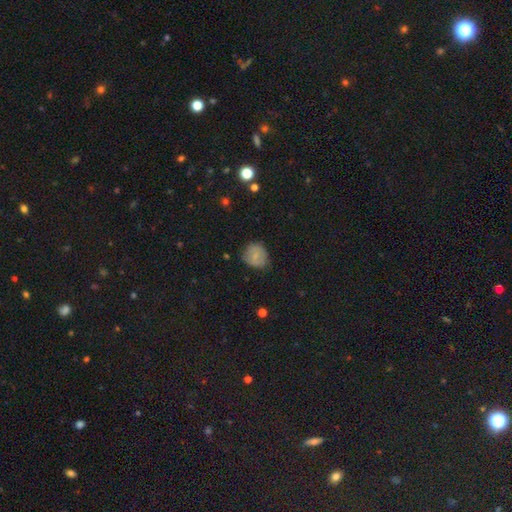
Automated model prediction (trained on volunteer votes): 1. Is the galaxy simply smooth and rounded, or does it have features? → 69% smooth, 20% featured or disk, 11% star or artifact.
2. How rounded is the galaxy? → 76% round, 23% in between, 1% cigar-shaped.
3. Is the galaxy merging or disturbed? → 73% none, 21% minor disturbance, 5% major disturbance, 1% merger.